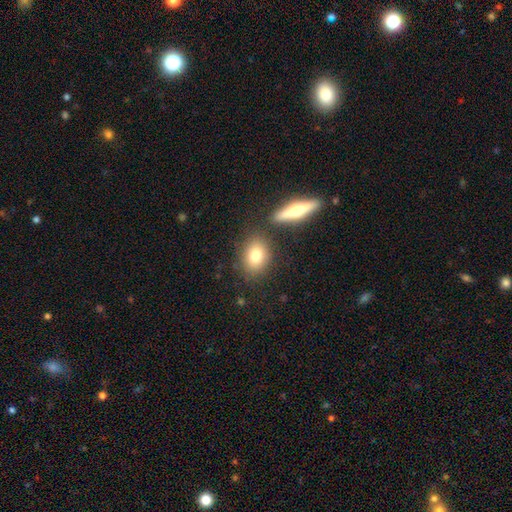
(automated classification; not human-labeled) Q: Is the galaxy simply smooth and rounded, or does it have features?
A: smooth — 77%.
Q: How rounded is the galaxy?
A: in between — 59%.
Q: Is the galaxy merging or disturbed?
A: none — 76%.